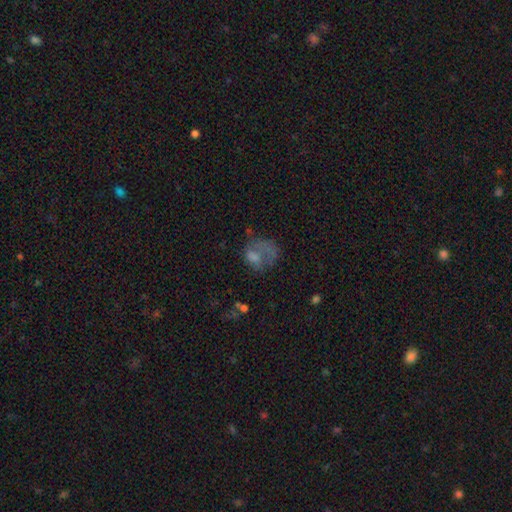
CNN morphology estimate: A smooth galaxy with no disk features (55%) that is in between round and cigar-shaped (60%). Merging: major disturbance (48%).